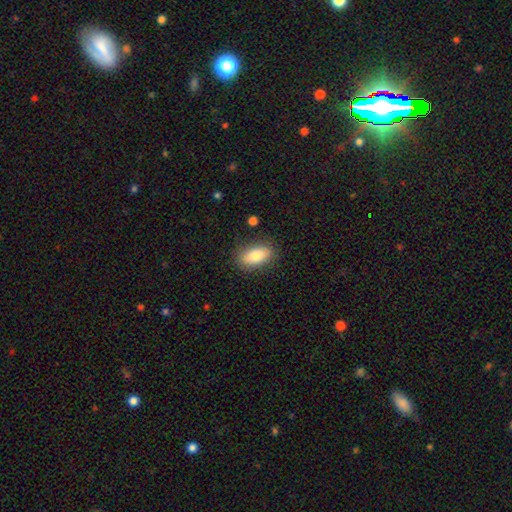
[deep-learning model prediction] A smooth galaxy with no disk features (78%) that is in between round and cigar-shaped (87%).

Vote fractions:
- Smooth or featured? smooth: 78% / featured or disk: 15% / star or artifact: 7%
- How rounded? in between: 87% / cigar-shaped: 7% / round: 6%
- Merging? none: 84% / minor disturbance: 11% / major disturbance: 3% / merger: 2%